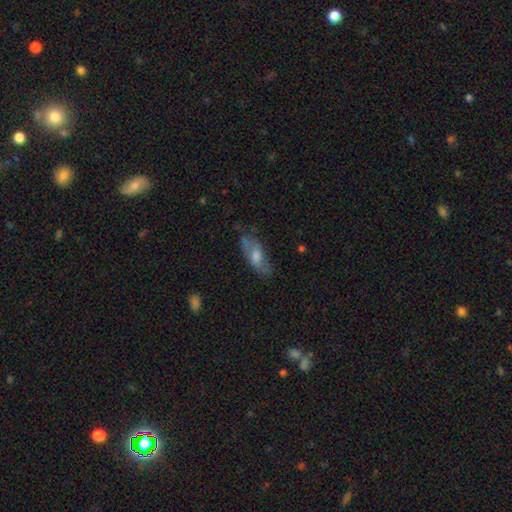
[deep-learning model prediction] smooth 48%, featured or disk 43%, star or artifact 9%. Down the decision tree: merging — none (60%).